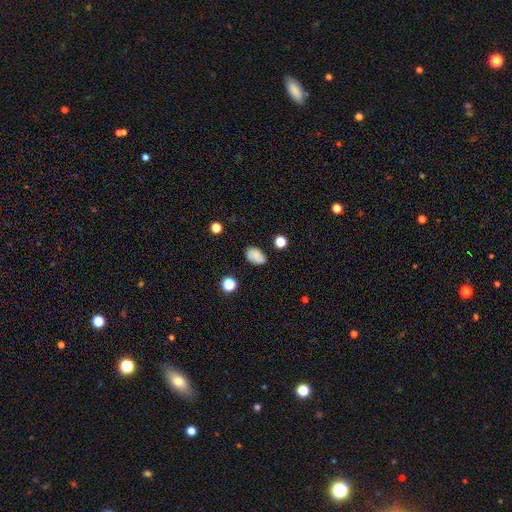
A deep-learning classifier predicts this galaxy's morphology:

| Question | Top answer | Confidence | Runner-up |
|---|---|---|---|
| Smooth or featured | smooth | 67% | featured or disk (21%) |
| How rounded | in between | 85% | round (14%) |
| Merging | none | 69% | minor disturbance (21%) |